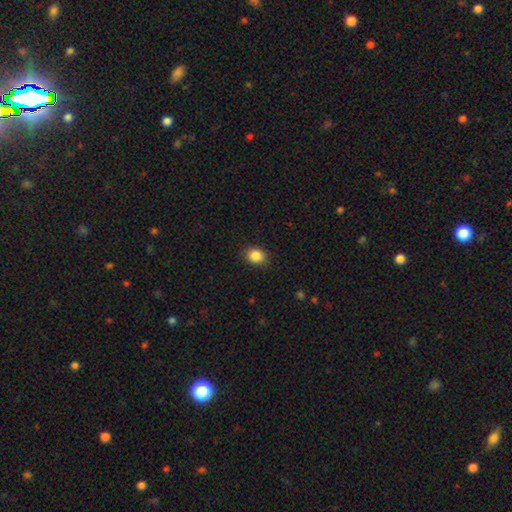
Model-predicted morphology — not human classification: The model was most divided on "how rounded": round: 54%, in between: 46%, cigar-shaped: 1%. More confident: merging — none (87%); smooth or featured — smooth (86%).